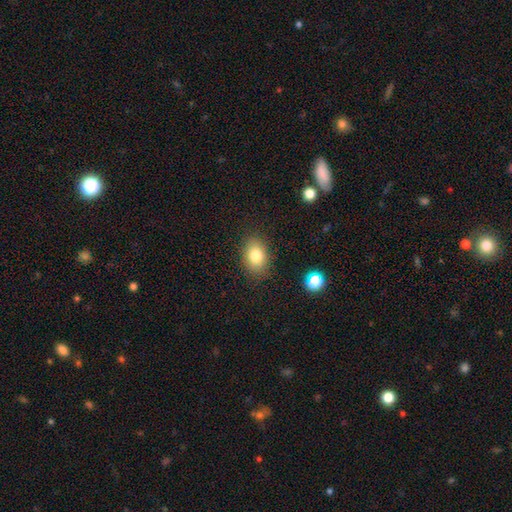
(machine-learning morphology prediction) Smooth or featured?
  - smooth: 81% *
  - star or artifact: 10%
  - featured or disk: 9%
How rounded?
  - in between: 77% *
  - round: 22%
  - cigar-shaped: 1%
Merging?
  - none: 85% *
  - minor disturbance: 11%
  - major disturbance: 3%
  - merger: 1%